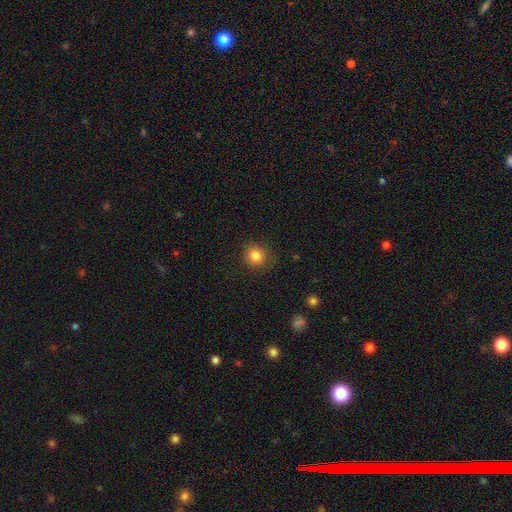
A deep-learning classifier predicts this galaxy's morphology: Smooth or featured: smooth — 83% (star or artifact — 11%)
How rounded: round — 80% (in between — 19%)
Merging: none — 84% (minor disturbance — 12%)